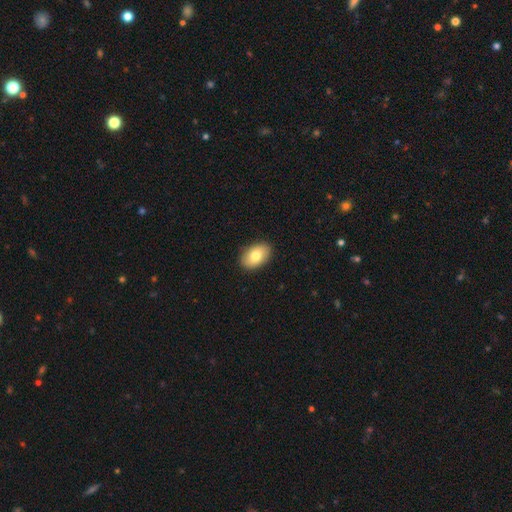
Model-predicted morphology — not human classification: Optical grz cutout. It shows a smooth galaxy with no disk features (78%) that is in between round and cigar-shaped (90%). Merging: none (89%).